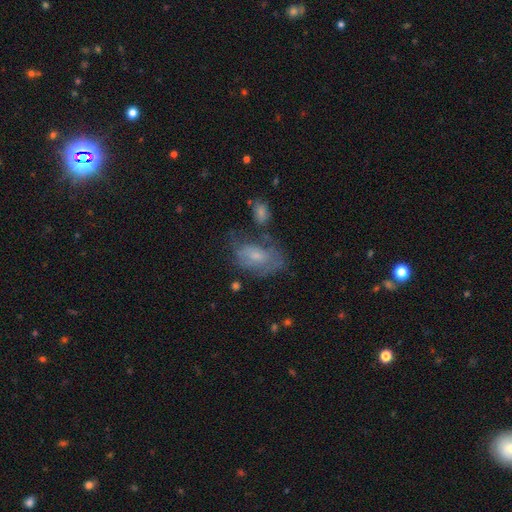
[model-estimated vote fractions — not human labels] This is possibly a smooth galaxy (46%). Merging: marginally none (42%).